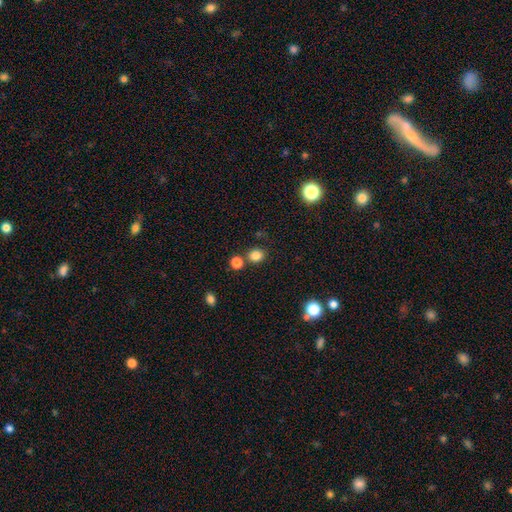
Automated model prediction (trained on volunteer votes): This appears to be a smooth galaxy with no disk features (83%) that is round (75%). Merging: none (77%).